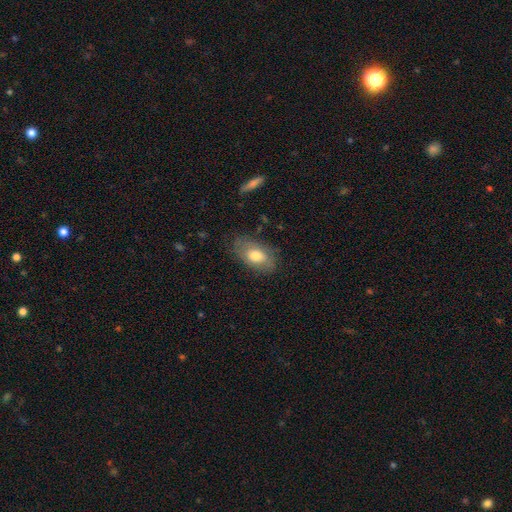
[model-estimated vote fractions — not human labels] Morphology: type=smooth (69%); roundness=in between (91%); merging=none (74%).